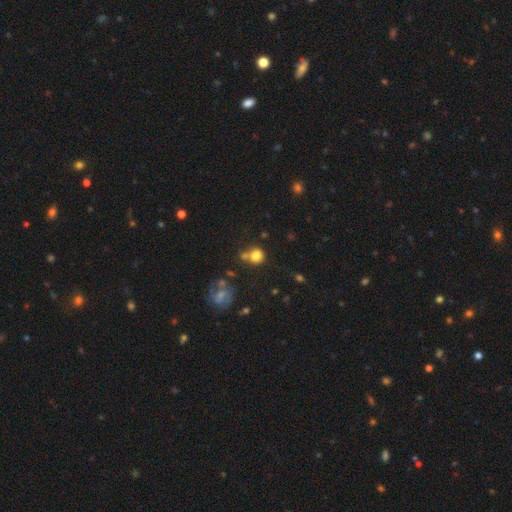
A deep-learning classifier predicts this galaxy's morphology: Smooth or featured? smooth (80%)
How rounded? round (82%)
Merging? none (56%)